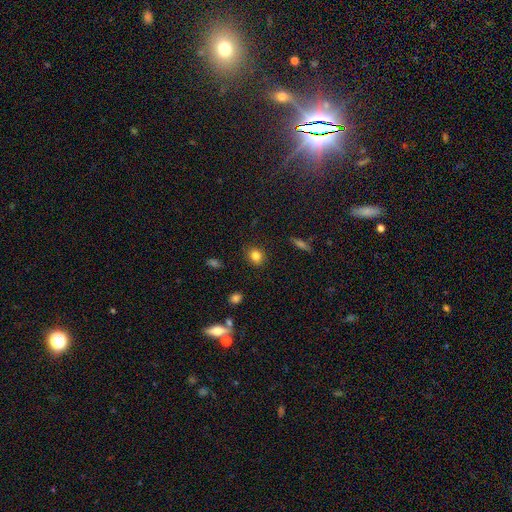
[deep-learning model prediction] Smooth or featured? smooth (82%)
How rounded? round (70%)
Merging? none (87%)